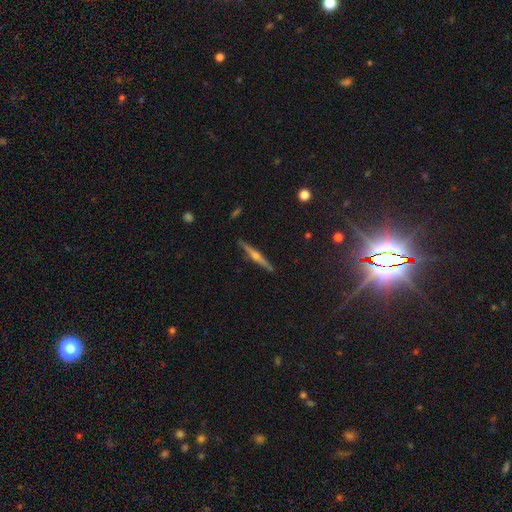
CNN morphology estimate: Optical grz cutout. It shows a featured or disk galaxy (73%) viewed edge-on (98%) with a rounded central bulge (85%). Merging: none (90%).